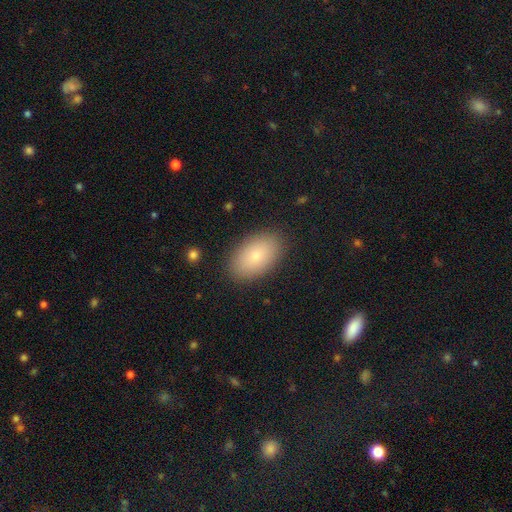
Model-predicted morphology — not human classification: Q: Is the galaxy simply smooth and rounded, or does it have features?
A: smooth — 81%.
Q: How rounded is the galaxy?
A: in between — 93%.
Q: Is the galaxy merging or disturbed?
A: none — 88%.